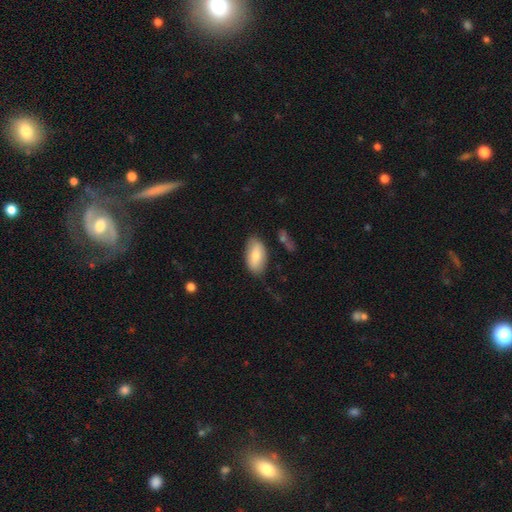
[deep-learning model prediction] This appears to be a smooth galaxy with no disk features (74%) that is in between round and cigar-shaped (93%). Merging: none (79%).